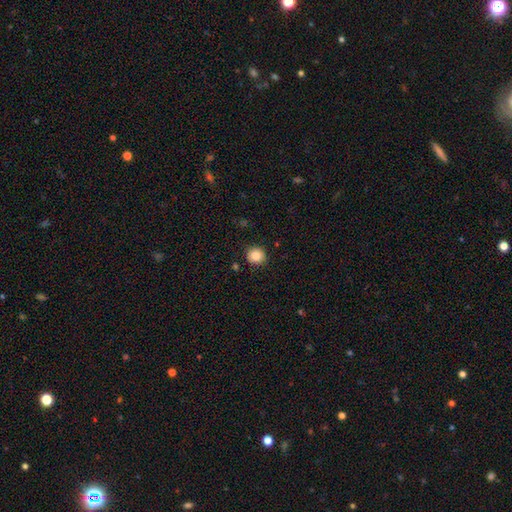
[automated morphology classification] smooth-or-featured: smooth: 84% | star or artifact: 10% | featured or disk: 7%
  how-rounded: round: 91% | in between: 8% | cigar-shaped: 1%
  merging: none: 91% | minor disturbance: 6% | major disturbance: 2% | merger: 1%